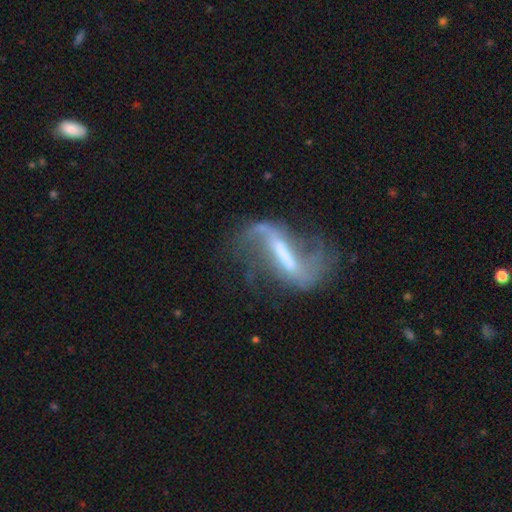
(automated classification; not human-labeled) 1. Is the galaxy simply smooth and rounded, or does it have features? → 82% featured or disk, 10% smooth, 9% star or artifact.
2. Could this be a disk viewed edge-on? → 87% no, 13% yes.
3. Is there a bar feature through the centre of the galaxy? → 64% strong, 27% weak, 9% no.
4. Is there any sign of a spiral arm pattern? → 88% yes, 12% no.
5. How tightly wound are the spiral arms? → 75% loose, 19% medium, 6% tight.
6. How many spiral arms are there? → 87% 2, 6% can't tell, 5% 1, 1% 3, 1% 4, 1% more than 4.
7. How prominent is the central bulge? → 34% small, 29% moderate, 29% none, 7% large, 2% dominant.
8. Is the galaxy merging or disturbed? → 59% none, 19% minor disturbance, 18% major disturbance, 4% merger.